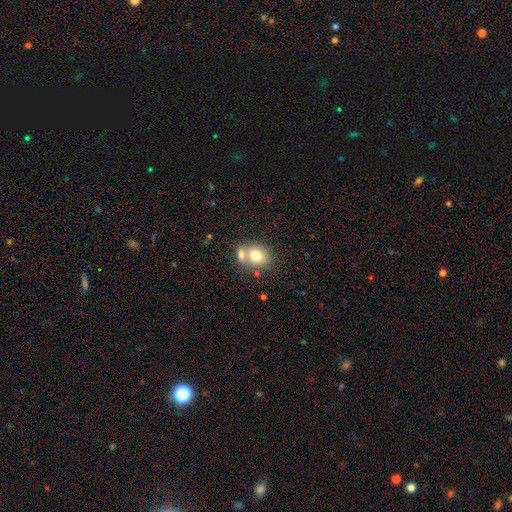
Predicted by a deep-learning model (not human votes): Smooth or featured? smooth (74%)
How rounded? round (58%)
Merging? merger (46%)